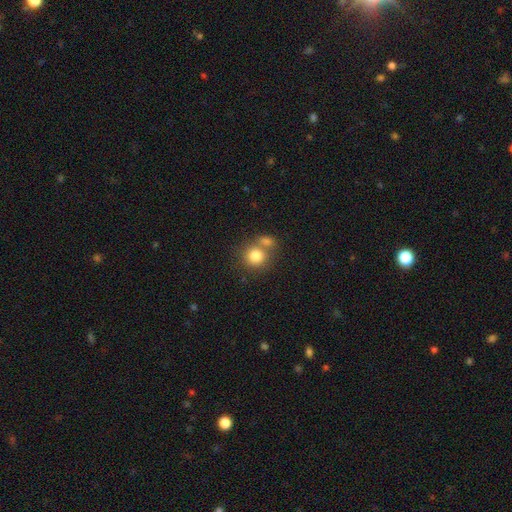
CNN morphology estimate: Smooth or featured? smooth (81%)
How rounded? round (87%)
Merging? none (51%)